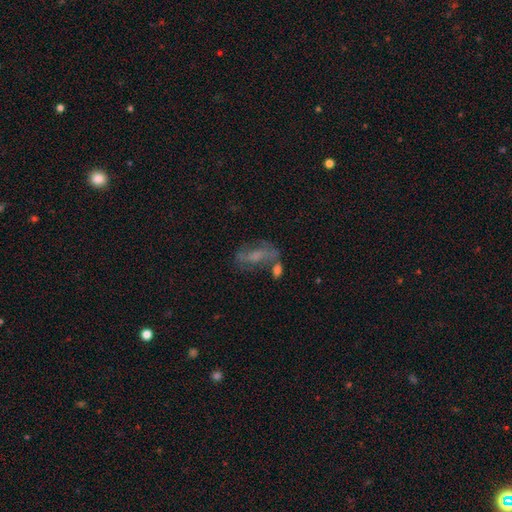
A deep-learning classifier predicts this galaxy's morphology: Smooth or featured: featured or disk — 51% (smooth — 35%)
Edge-on disk: no — 87% (yes — 13%)
Merging: none — 45% (minor disturbance — 20%)